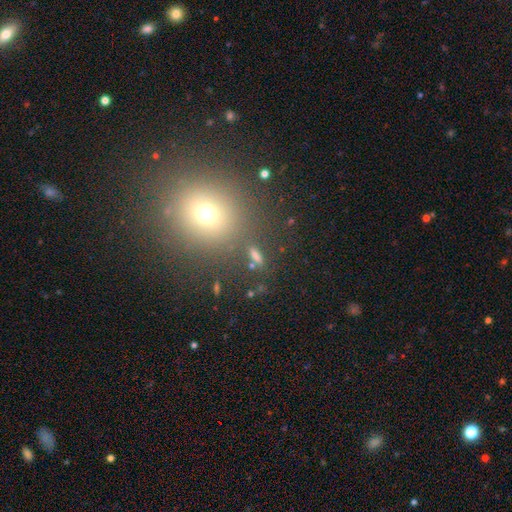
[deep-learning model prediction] Smooth or featured?
  - smooth: 69% *
  - star or artifact: 21%
  - featured or disk: 10%
How rounded?
  - in between: 54% *
  - cigar-shaped: 31%
  - round: 15%
Merging?
  - none: 78% *
  - minor disturbance: 10%
  - merger: 7%
  - major disturbance: 5%